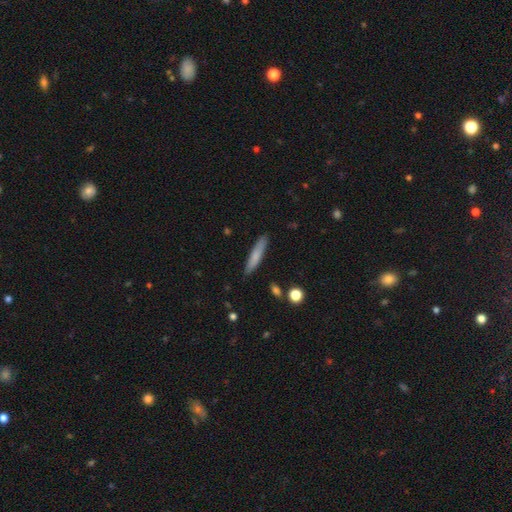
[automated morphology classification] The model was most divided on "smooth or featured": smooth: 74%, featured or disk: 19%, star or artifact: 6%. More confident: how rounded — cigar-shaped (88%); merging — none (87%).